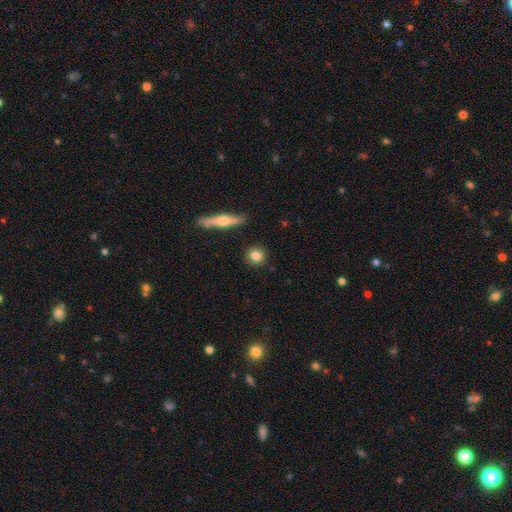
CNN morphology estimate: A smooth galaxy with no disk features (82%) that is round (86%). Merging: none (90%).